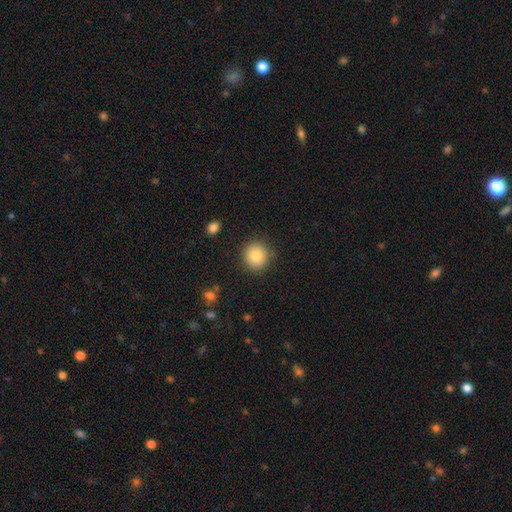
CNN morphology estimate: A smooth galaxy with no disk features (84%) that is round (90%).

Vote fractions:
- Smooth or featured? smooth: 84% / star or artifact: 9% / featured or disk: 7%
- How rounded? round: 90% / in between: 9% / cigar-shaped: 1%
- Merging? none: 87% / minor disturbance: 9% / major disturbance: 3% / merger: 1%